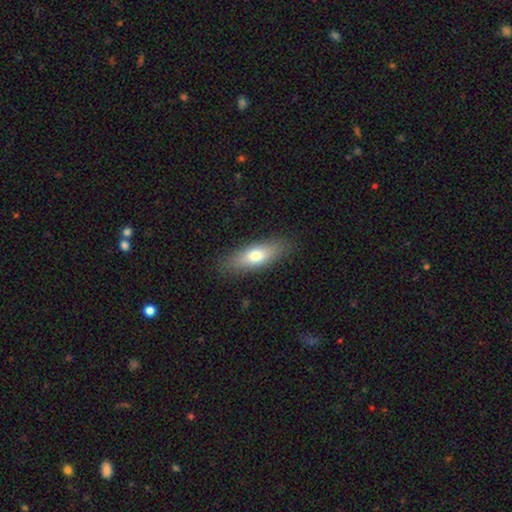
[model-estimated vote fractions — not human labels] A smooth galaxy with no disk features (71%) that is in between round and cigar-shaped (63%).

Vote fractions:
- Smooth or featured? smooth: 71% / featured or disk: 22% / star or artifact: 7%
- How rounded? in between: 63% / cigar-shaped: 34% / round: 3%
- Merging? none: 86% / minor disturbance: 10% / major disturbance: 3% / merger: 1%